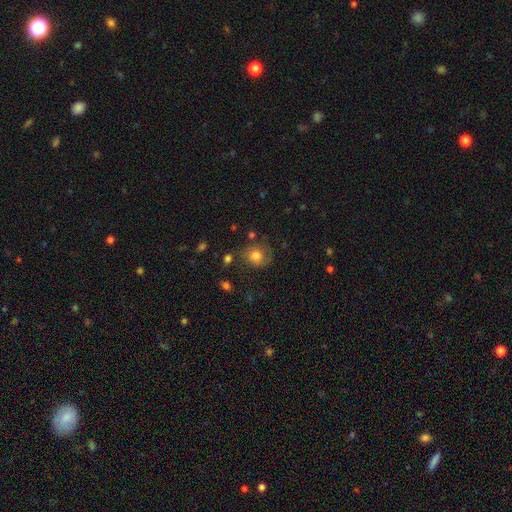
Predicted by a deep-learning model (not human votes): A smooth galaxy with no disk features (63%) that is round (75%).

Vote fractions:
- Smooth or featured? smooth: 63% / featured or disk: 26% / star or artifact: 11%
- How rounded? round: 75% / in between: 24% / cigar-shaped: 1%
- Merging? none: 57% / minor disturbance: 22% / major disturbance: 16% / merger: 4%